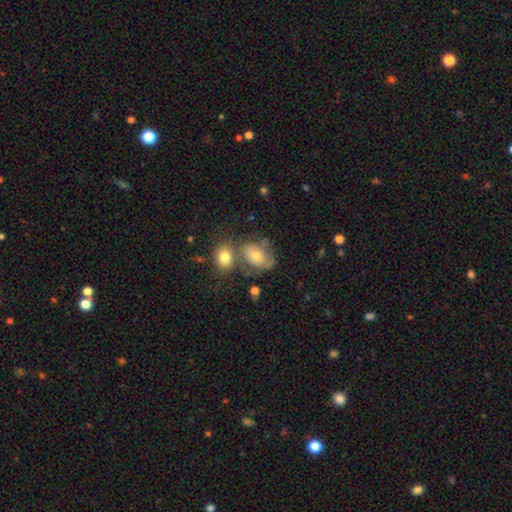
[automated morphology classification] smooth-or-featured: smooth: 53% | featured or disk: 38% | star or artifact: 10%
  how-rounded: in between: 74% | round: 25% | cigar-shaped: 1%
  merging: none: 40% | merger: 28% | minor disturbance: 20% | major disturbance: 12%